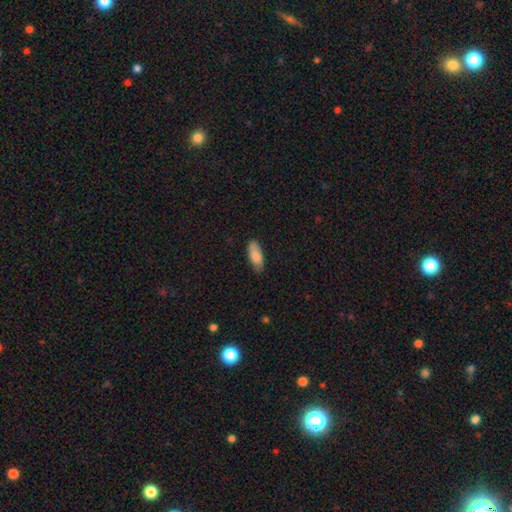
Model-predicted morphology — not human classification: Smooth or featured? smooth (82%)
How rounded? in between (80%)
Merging? none (80%)